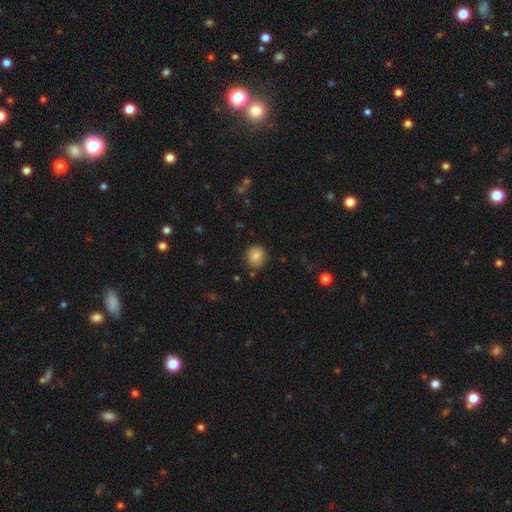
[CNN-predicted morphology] A smooth galaxy with no disk features (85%) that is round (85%).

Vote fractions:
- Smooth or featured? smooth: 85% / star or artifact: 9% / featured or disk: 5%
- How rounded? round: 85% / in between: 14% / cigar-shaped: 1%
- Merging? none: 84% / minor disturbance: 11% / major disturbance: 3% / merger: 2%